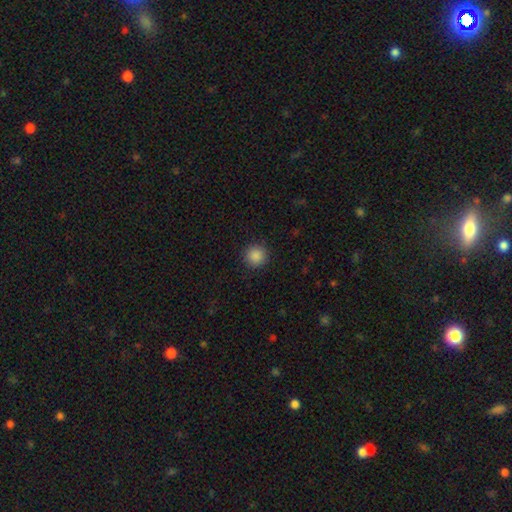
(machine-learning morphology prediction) Q: Smooth or featured?
A: smooth (87%); runner-up: star or artifact (10%)
Q: How rounded?
A: round (95%); runner-up: in between (4%)
Q: Merging?
A: none (92%); runner-up: minor disturbance (5%)